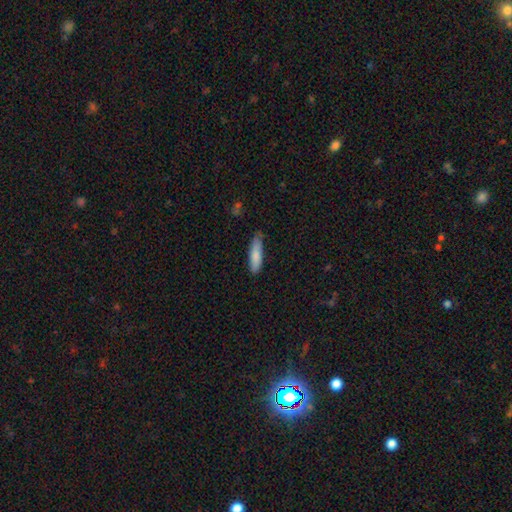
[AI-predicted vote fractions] A smooth galaxy with no disk features (83%) that is cigar-shaped (67%). Merging: none (75%).